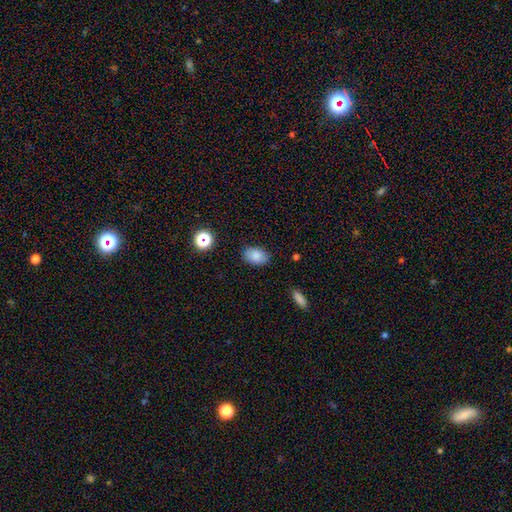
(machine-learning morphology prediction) A smooth galaxy with no disk features (85%) that is in between round and cigar-shaped (86%). Merging: none (84%).